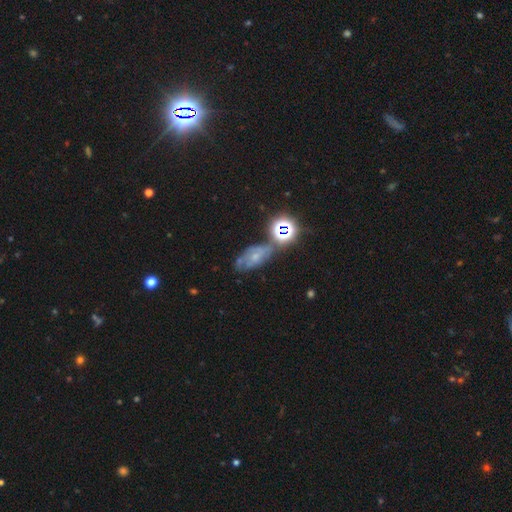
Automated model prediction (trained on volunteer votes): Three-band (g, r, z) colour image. It shows a featured or disk galaxy (41%). Merging: none (51%).